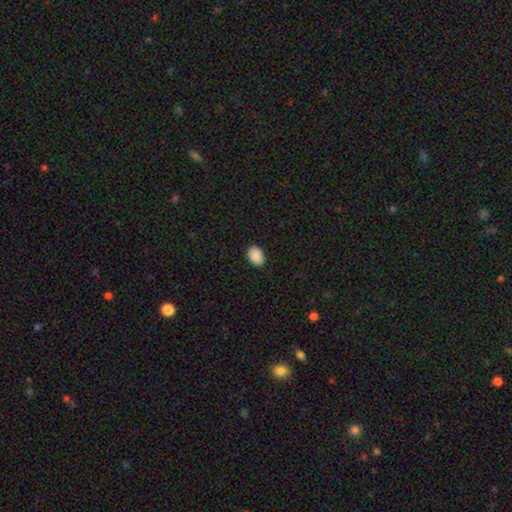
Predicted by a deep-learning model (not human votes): Smooth or featured? Predicted: smooth (p=0.90). How rounded? Predicted: in between (p=0.80). Merging? Predicted: none (p=0.89).